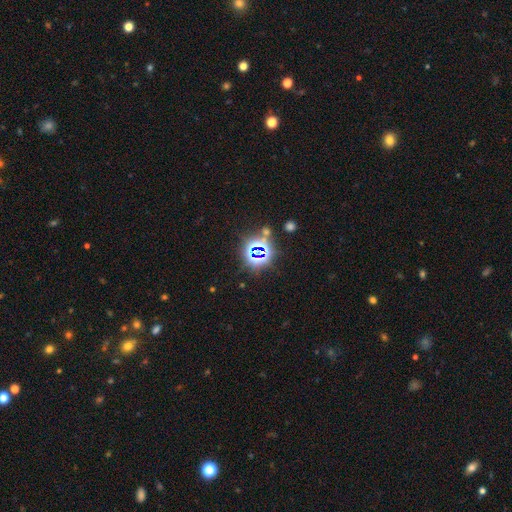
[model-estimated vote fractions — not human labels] A star or artifact, not a galaxy (77%).